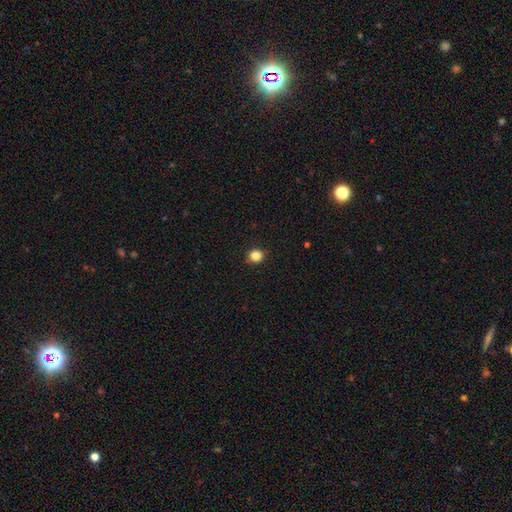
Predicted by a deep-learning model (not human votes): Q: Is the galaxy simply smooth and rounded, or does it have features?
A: smooth — 85%.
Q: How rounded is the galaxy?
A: round — 85%.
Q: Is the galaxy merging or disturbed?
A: none — 88%.